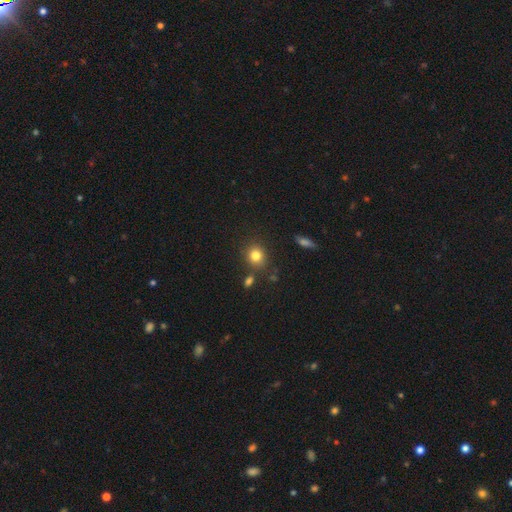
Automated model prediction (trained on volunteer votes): Morphology: type=smooth (81%); roundness=round (75%); merging=none (79%).